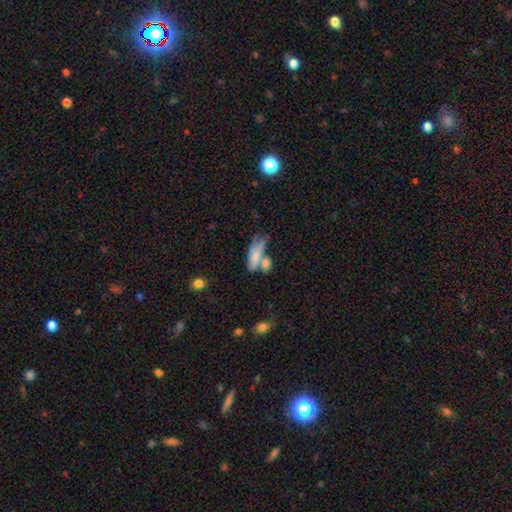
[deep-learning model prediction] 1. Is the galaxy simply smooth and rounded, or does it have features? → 66% smooth, 25% featured or disk, 9% star or artifact.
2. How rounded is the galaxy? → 65% in between, 30% cigar-shaped, 4% round.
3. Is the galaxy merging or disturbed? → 43% merger, 29% none, 16% minor disturbance, 13% major disturbance.